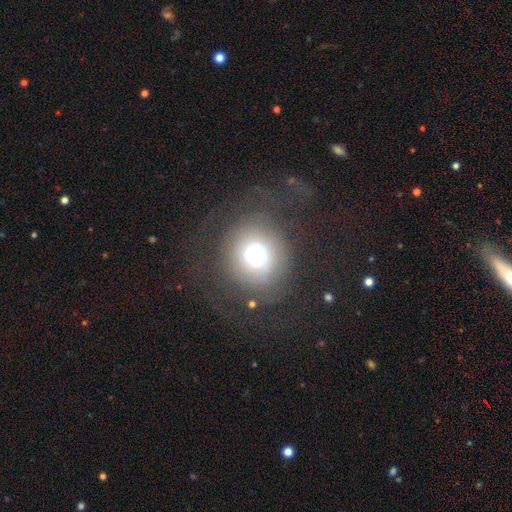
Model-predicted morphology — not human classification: Q: Smooth or featured?
A: smooth (61%); runner-up: star or artifact (20%)
Q: How rounded?
A: round (91%); runner-up: in between (8%)
Q: Merging?
A: none (64%); runner-up: major disturbance (20%)